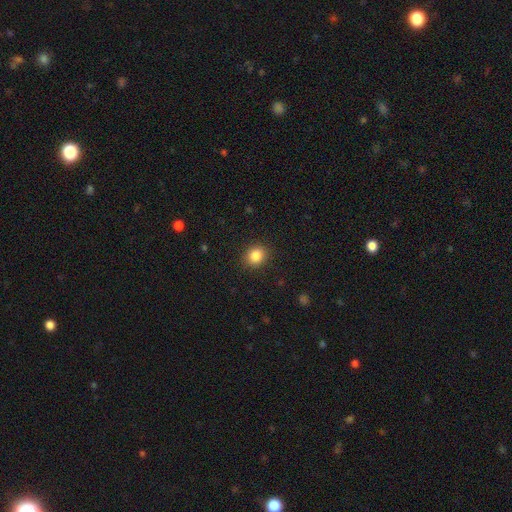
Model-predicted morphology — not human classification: A smooth galaxy with no disk features (85%) that is round (73%).

Vote fractions:
- Smooth or featured? smooth: 85% / star or artifact: 11% / featured or disk: 5%
- How rounded? round: 73% / in between: 26% / cigar-shaped: 1%
- Merging? none: 90% / minor disturbance: 7% / major disturbance: 2% / merger: 1%